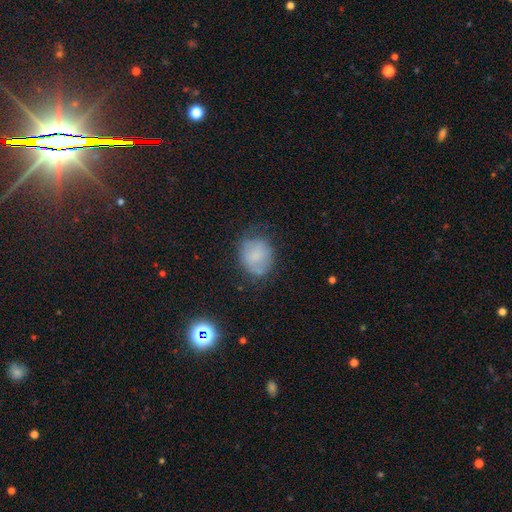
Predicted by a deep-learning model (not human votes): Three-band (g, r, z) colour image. It shows a smooth galaxy with no disk features (70%) that is round (63%). Merging: none (60%).